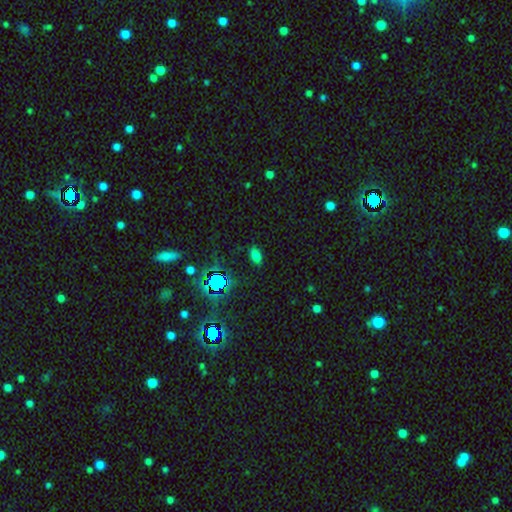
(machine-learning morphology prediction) The model was most divided on "smooth or featured": smooth: 68%, star or artifact: 24%, featured or disk: 7%. More confident: how rounded — in between (88%); merging — none (84%).